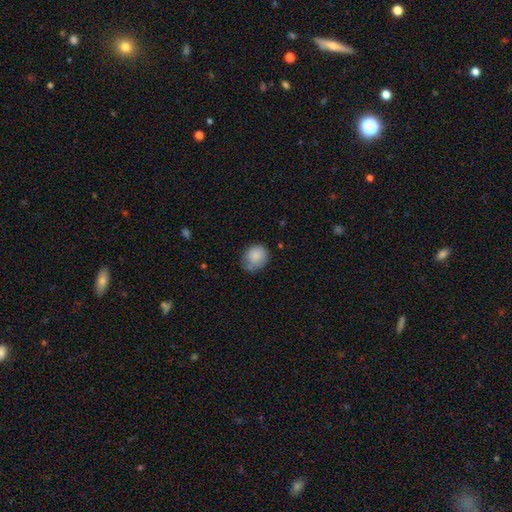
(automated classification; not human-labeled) Smooth or featured? Predicted: smooth (p=0.86). How rounded? Predicted: round (p=0.73). Merging? Predicted: none (p=0.61).